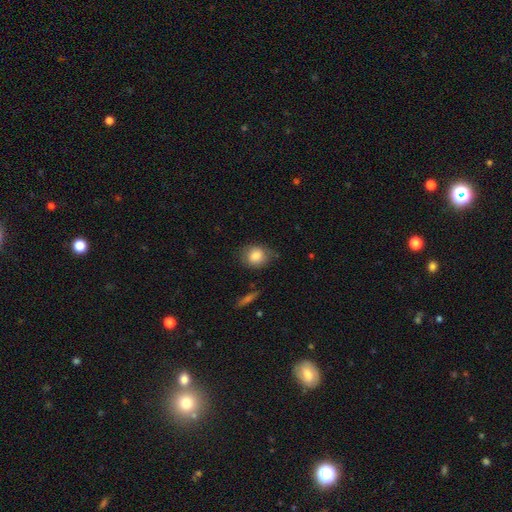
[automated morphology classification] Smooth or featured? Predicted: smooth (p=0.82). How rounded? Predicted: round (p=0.60). Merging? Predicted: none (p=0.67).